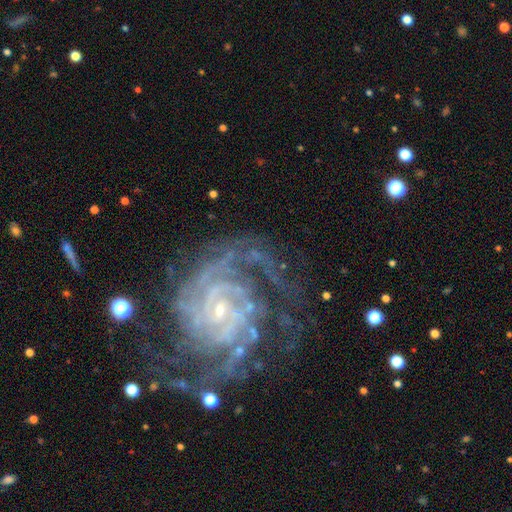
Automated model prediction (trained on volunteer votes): A featured or disk galaxy (90%) with no bar (49%), 2 (25%) tight (65%) spiral arms (98%) and a small central bulge (81%). Merging: none (61%).